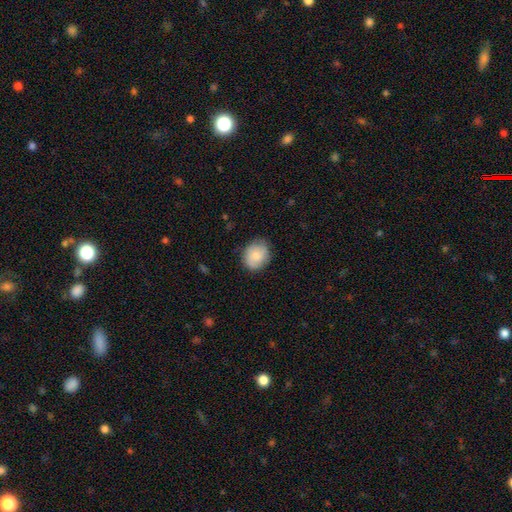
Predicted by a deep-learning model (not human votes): This is likely a smooth galaxy (75%). How rounded: likely round (62%). Merging: likely none (80%).